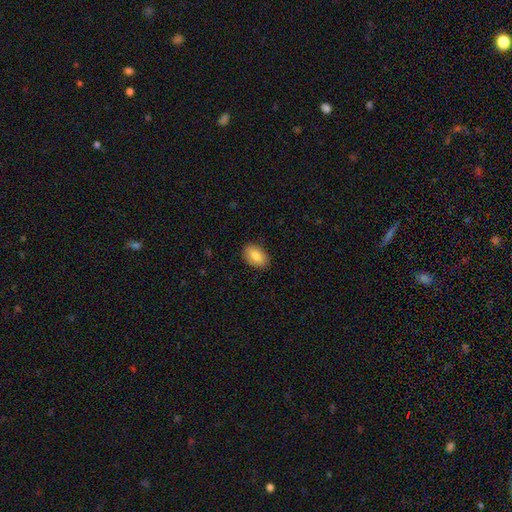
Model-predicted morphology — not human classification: Smooth or featured?
  - smooth: 84% *
  - featured or disk: 9%
  - star or artifact: 7%
How rounded?
  - in between: 88% *
  - round: 11%
  - cigar-shaped: 1%
Merging?
  - none: 88% *
  - minor disturbance: 9%
  - major disturbance: 2%
  - merger: 1%